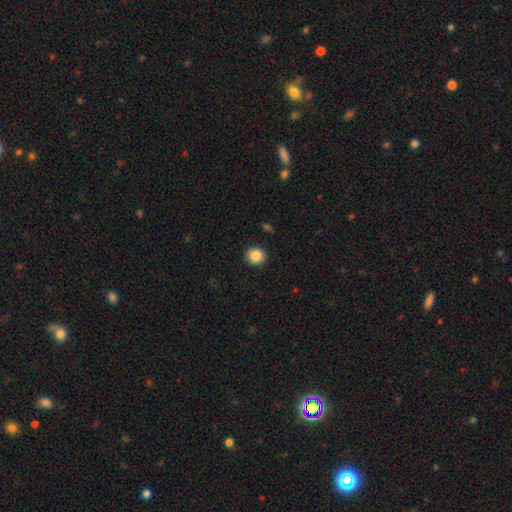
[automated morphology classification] Overall: smooth (86%). How rounded: round (91%). Merging: none (92%).